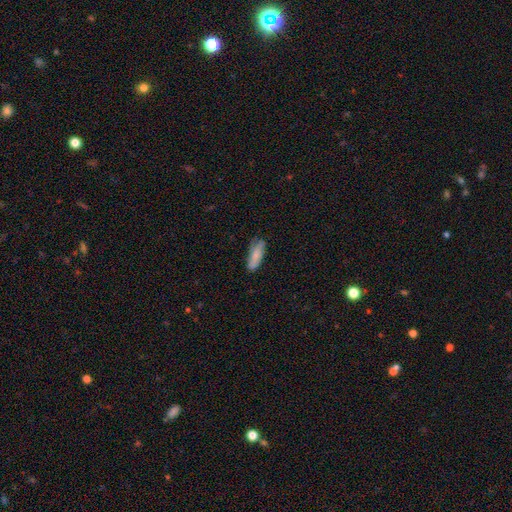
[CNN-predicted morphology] Smooth or featured? Predicted: smooth (p=0.79). How rounded? Predicted: in between (p=0.62). Merging? Predicted: none (p=0.71).